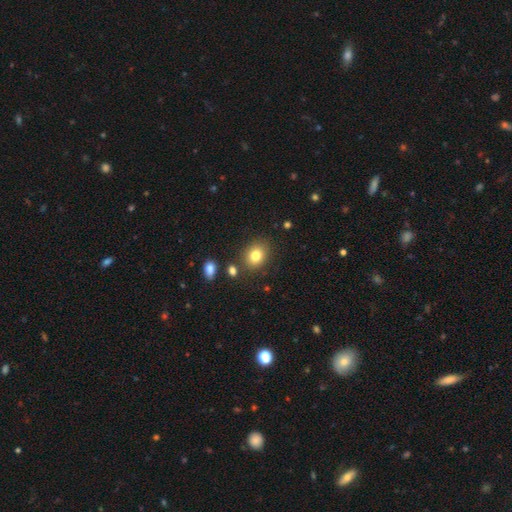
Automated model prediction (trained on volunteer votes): A smooth galaxy with no disk features (80%) that is round (56%).

Vote fractions:
- Smooth or featured? smooth: 80% / star or artifact: 11% / featured or disk: 9%
- How rounded? round: 56% / in between: 43% / cigar-shaped: 1%
- Merging? none: 82% / minor disturbance: 10% / merger: 5% / major disturbance: 3%